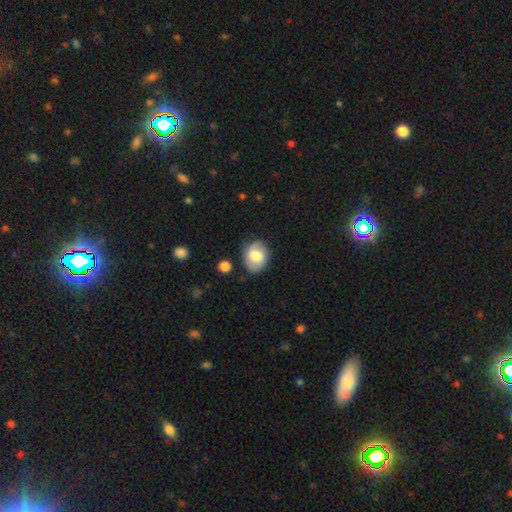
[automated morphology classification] The model was most divided on "how rounded": in between: 53%, round: 46%, cigar-shaped: 1%. More confident: merging — none (76%); smooth or featured — smooth (59%).